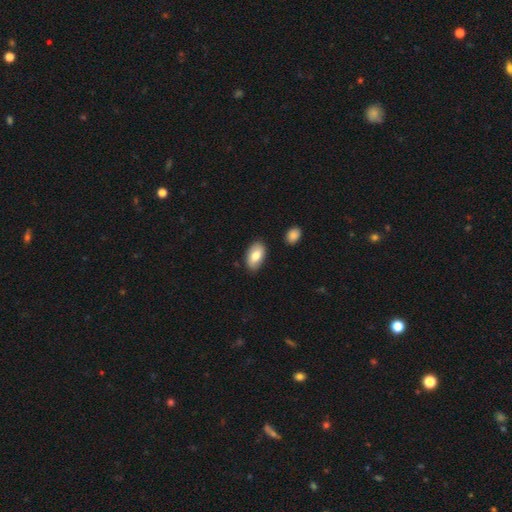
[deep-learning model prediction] Overall: smooth (80%). How rounded: in between (94%). Merging: none (84%).